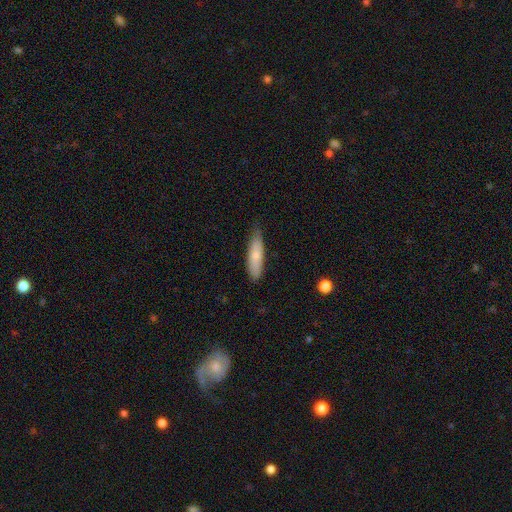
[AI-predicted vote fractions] A smooth galaxy with no disk features (74%) that is cigar-shaped (65%). Merging: none (76%).